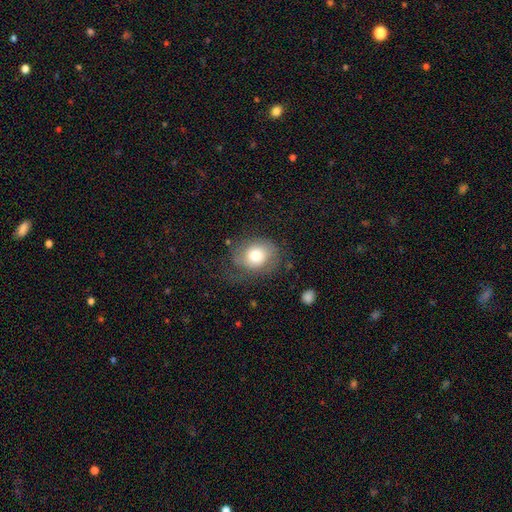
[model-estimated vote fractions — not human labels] Smooth or featured? smooth (66%)
How rounded? round (54%)
Merging? none (54%)